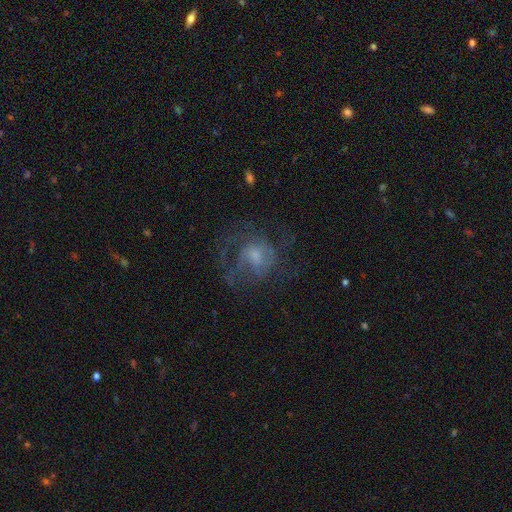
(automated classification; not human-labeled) A featured or disk galaxy (63%) with no bar (66%), spiral arms (71%) and a small central bulge (39%, tied with moderate). Merging: none (50%).